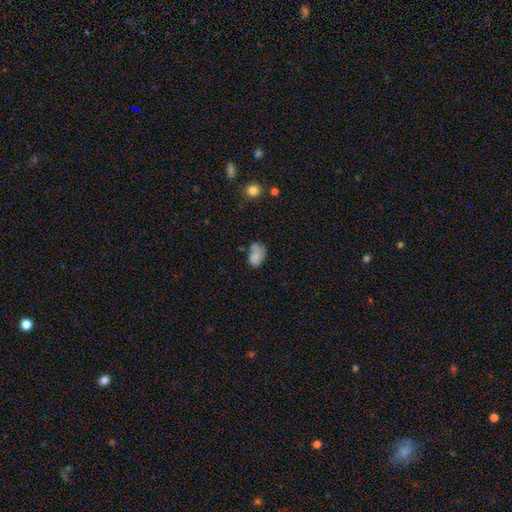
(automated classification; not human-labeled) Morphology: type=smooth (67%); roundness=in between (83%); merging=none (40%).